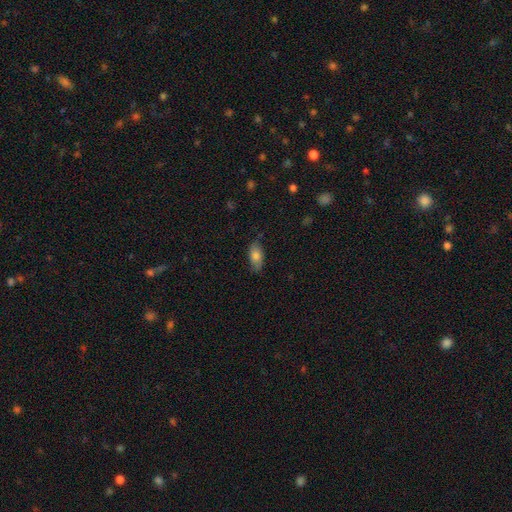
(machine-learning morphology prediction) smooth_or_featured: smooth (p=0.77) [alt: featured or disk p=0.16]
how_rounded: in between (p=0.90) [alt: cigar-shaped p=0.07]
merging: none (p=0.79) [alt: minor disturbance p=0.16]